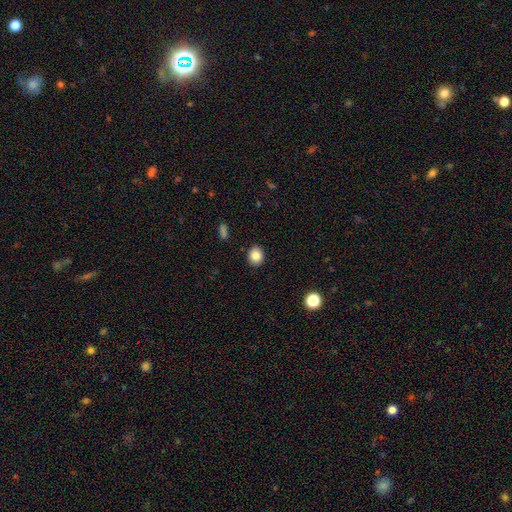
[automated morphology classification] Smooth or featured? Predicted: smooth (p=0.85). How rounded? Predicted: round (p=0.68). Merging? Predicted: none (p=0.91).